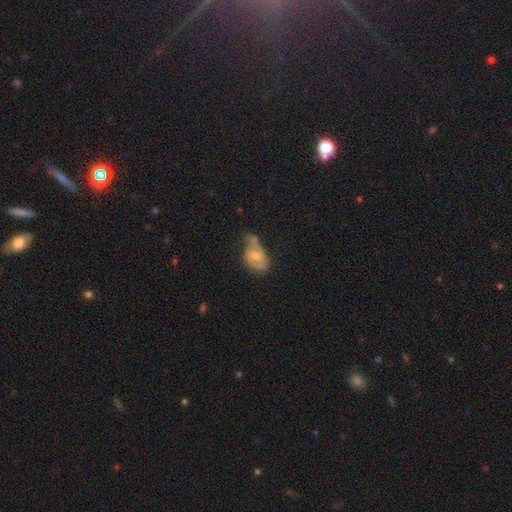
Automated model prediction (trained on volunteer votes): This appears to be a featured or disk galaxy (47%). Merging: minor disturbance (33%).